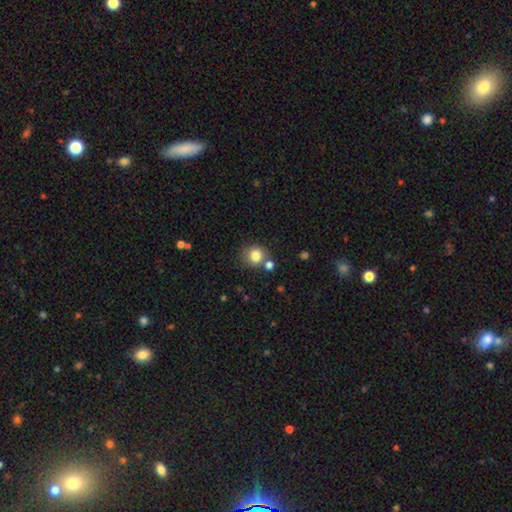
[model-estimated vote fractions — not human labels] This appears to be a smooth galaxy with no disk features (82%) that is round (87%). Merging: none (69%).